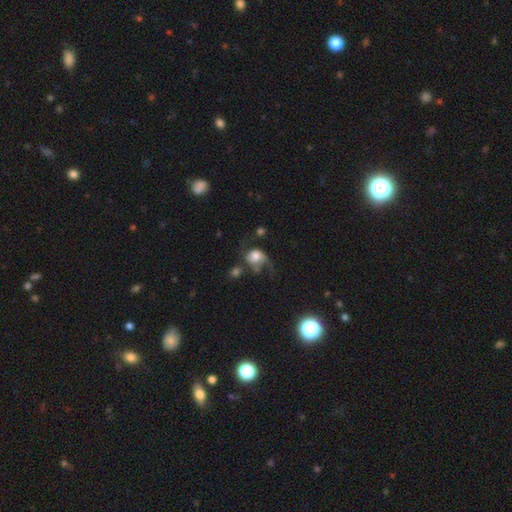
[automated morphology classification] The model was most divided on "merging": major disturbance: 38%, none: 28%, minor disturbance: 21%, merger: 12%. More confident: how rounded — round (67%); smooth or featured — smooth (57%).